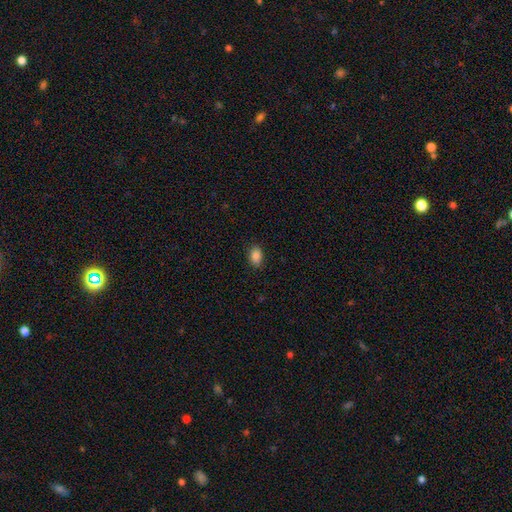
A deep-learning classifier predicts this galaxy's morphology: smooth_or_featured: smooth (p=0.87) [alt: star or artifact p=0.09]
how_rounded: in between (p=0.82) [alt: round p=0.16]
merging: none (p=0.85) [alt: minor disturbance p=0.11]